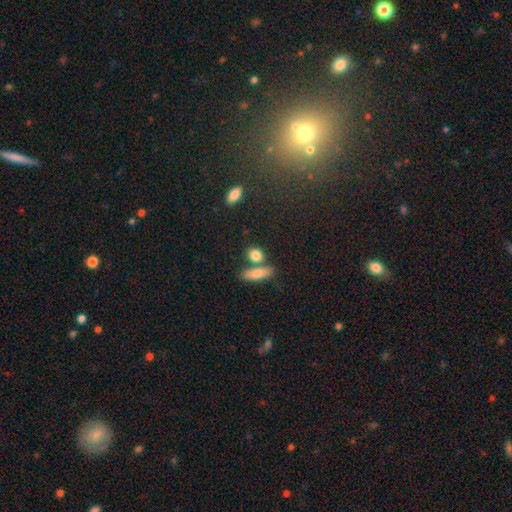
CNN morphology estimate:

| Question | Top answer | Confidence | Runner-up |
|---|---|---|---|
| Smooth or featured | smooth | 82% | featured or disk (9%) |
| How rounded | round | 47% | in between (42%) |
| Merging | none | 64% | merger (22%) |